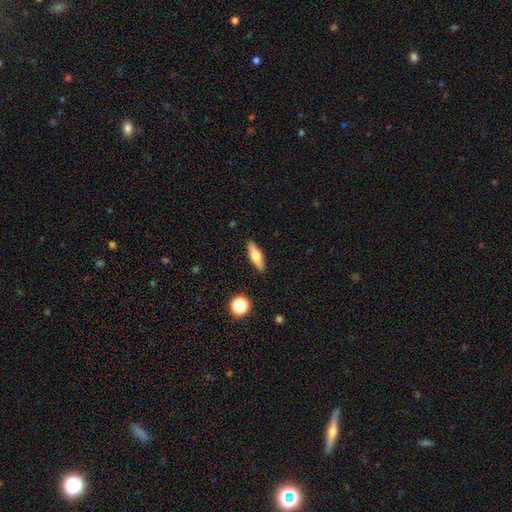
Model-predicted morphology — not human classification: smooth 50%, featured or disk 43%, star or artifact 7%. Down the decision tree: how rounded — cigar-shaped (54%); merging — none (89%).